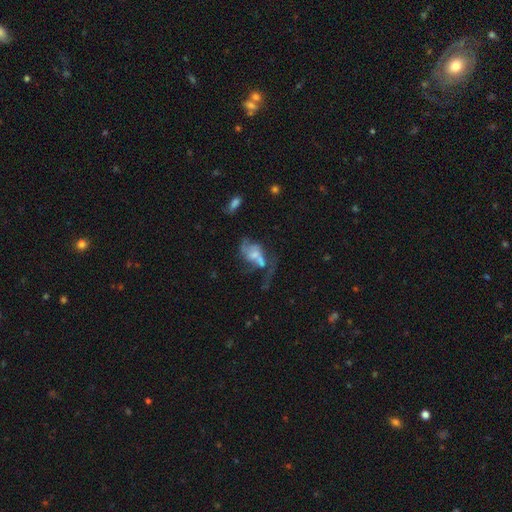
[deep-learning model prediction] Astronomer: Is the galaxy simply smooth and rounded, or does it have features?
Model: featured or disk — 58%.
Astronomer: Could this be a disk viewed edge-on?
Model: no — 96%.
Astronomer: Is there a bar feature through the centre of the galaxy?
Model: no — 65%.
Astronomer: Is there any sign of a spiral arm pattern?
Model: yes — 61% (runner-up: no, 39%).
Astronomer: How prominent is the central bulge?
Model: small — 31% (runner-up: moderate, 30%).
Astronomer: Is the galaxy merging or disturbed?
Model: major disturbance — 43% (runner-up: merger, 24%).